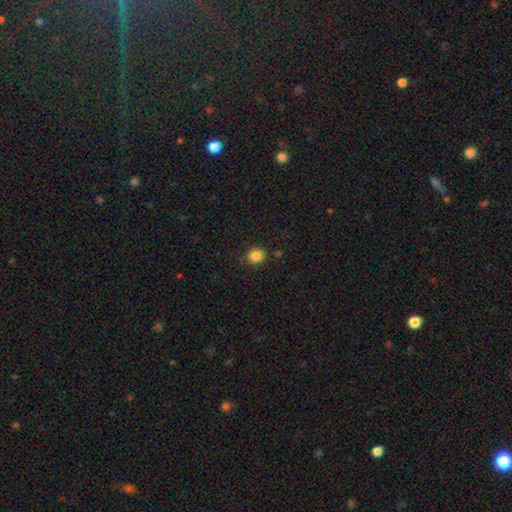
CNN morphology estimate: type=smooth (85%); roundness=round (86%); merging=none (85%).